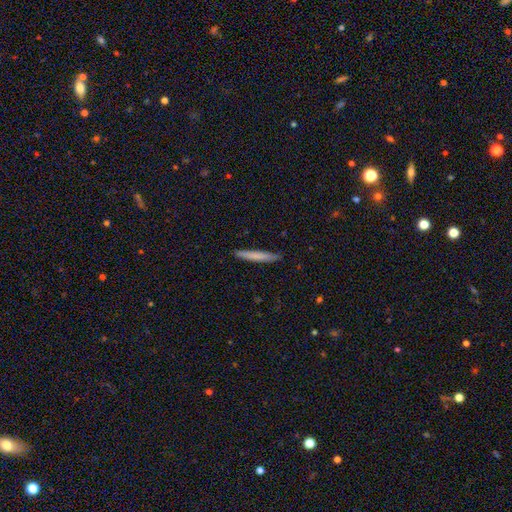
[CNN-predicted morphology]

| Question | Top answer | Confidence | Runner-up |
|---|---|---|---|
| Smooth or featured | smooth | 73% | featured or disk (22%) |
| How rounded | cigar-shaped | 96% | in between (3%) |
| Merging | none | 88% | minor disturbance (9%) |